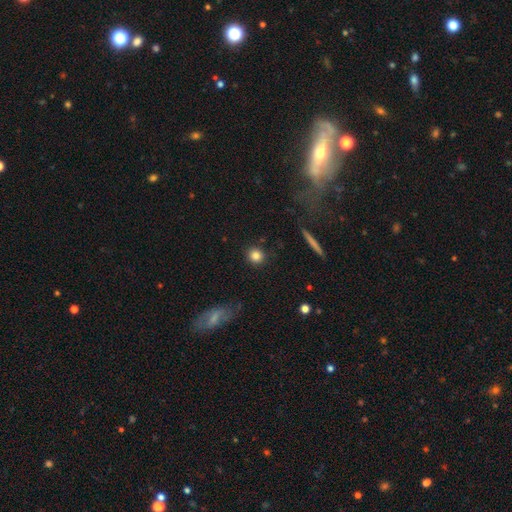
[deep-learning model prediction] Smooth or featured: smooth — 83% (star or artifact — 10%)
How rounded: round — 92% (in between — 7%)
Merging: none — 89% (minor disturbance — 7%)